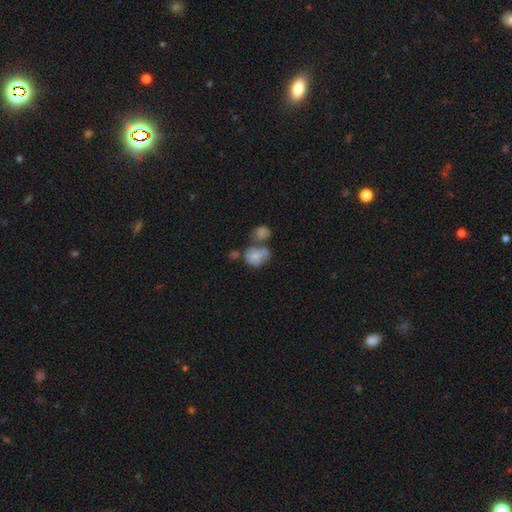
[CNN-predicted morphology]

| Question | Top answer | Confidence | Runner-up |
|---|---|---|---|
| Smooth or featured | smooth | 67% | featured or disk (24%) |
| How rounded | in between | 50% | round (49%) |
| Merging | merger | 46% | none (25%) |